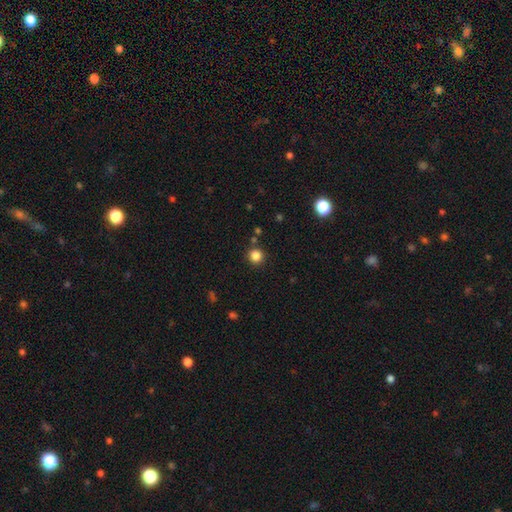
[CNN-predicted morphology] smooth_or_featured: smooth (p=0.84) [alt: star or artifact p=0.13]
how_rounded: round (p=0.94) [alt: in between p=0.05]
merging: none (p=0.88) [alt: minor disturbance p=0.06]